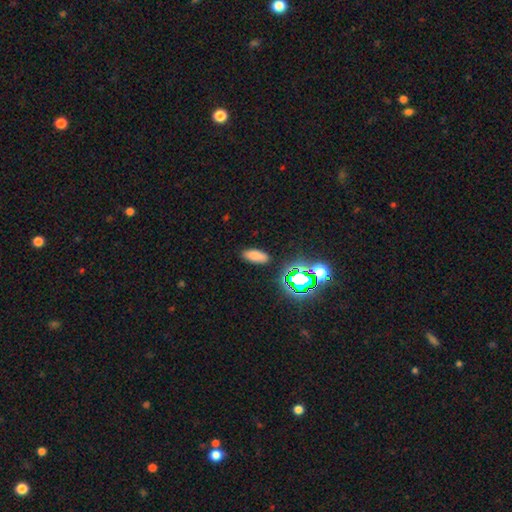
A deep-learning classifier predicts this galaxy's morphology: Smooth or featured? smooth (76%)
How rounded? in between (83%)
Merging? none (88%)